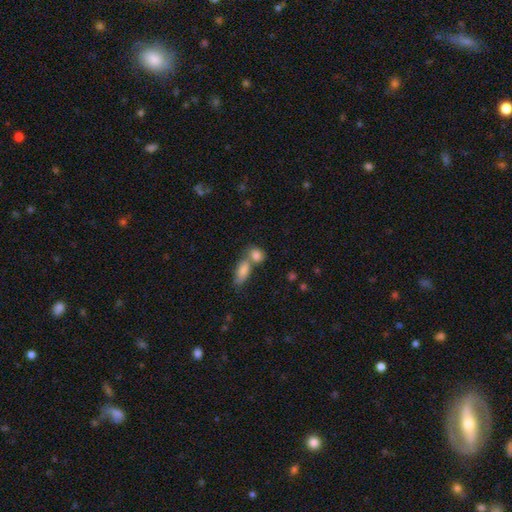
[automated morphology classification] A smooth galaxy with no disk features (83%) that is in between round and cigar-shaped (65%). Merging: merger (53%).